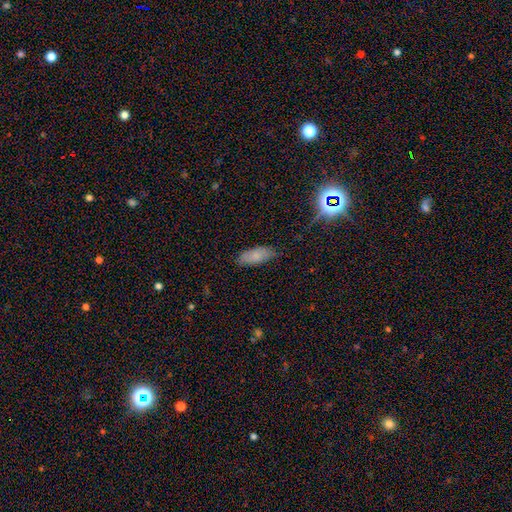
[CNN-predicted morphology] smooth_or_featured: smooth (p=0.79) [alt: featured or disk p=0.11]
how_rounded: in between (p=0.79) [alt: cigar-shaped p=0.19]
merging: none (p=0.80) [alt: minor disturbance p=0.16]